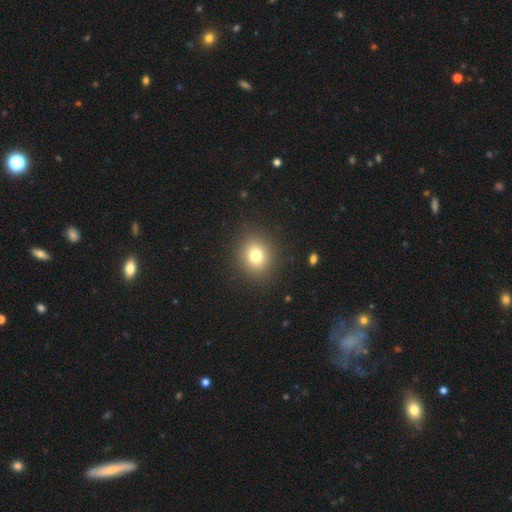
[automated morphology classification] This is likely a smooth galaxy (77%). How rounded: likely round (75%). Merging: clearly none (89%).